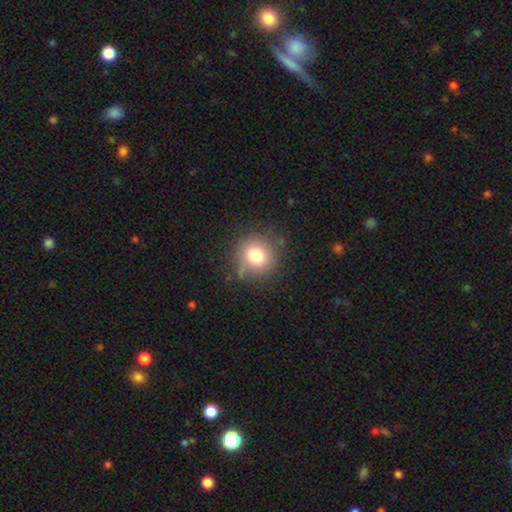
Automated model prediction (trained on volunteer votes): Overall: smooth (76%). How rounded: round (91%). Merging: none (79%).